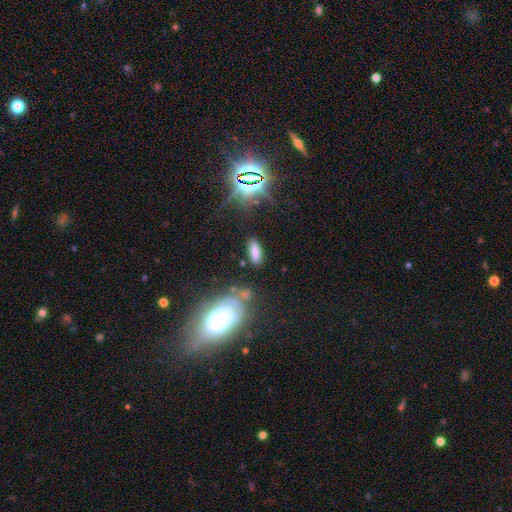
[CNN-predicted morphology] smooth-or-featured: smooth: 75% | star or artifact: 13% | featured or disk: 12%
  how-rounded: in between: 66% | cigar-shaped: 31% | round: 3%
  merging: none: 78% | minor disturbance: 12% | merger: 5% | major disturbance: 5%